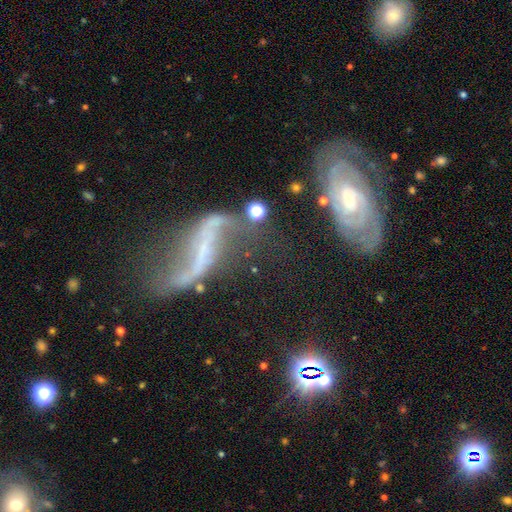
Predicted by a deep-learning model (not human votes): Smooth or featured: featured or disk — 75% (smooth — 13%)
Edge-on disk: no — 88% (yes — 12%)
Bar: strong — 36% (no — 33%)
Spiral arms: yes — 79% (no — 21%)
Spiral winding: loose — 84% (medium — 11%)
Spiral arm count: 2 — 83% (1 — 7%)
Bulge size: none — 42% (small — 41%)
Merging: none — 43% (major disturbance — 21%)